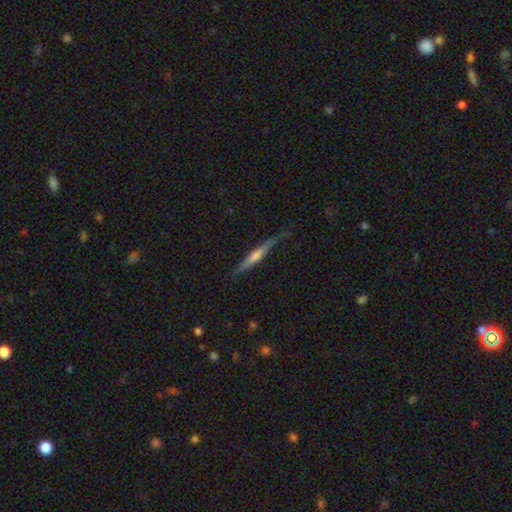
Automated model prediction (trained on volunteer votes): featured or disk 65%, smooth 30%, star or artifact 6%. Down the decision tree: edge-on disk — yes (96%); edge-on bulge — rounded (73%); merging — none (72%).